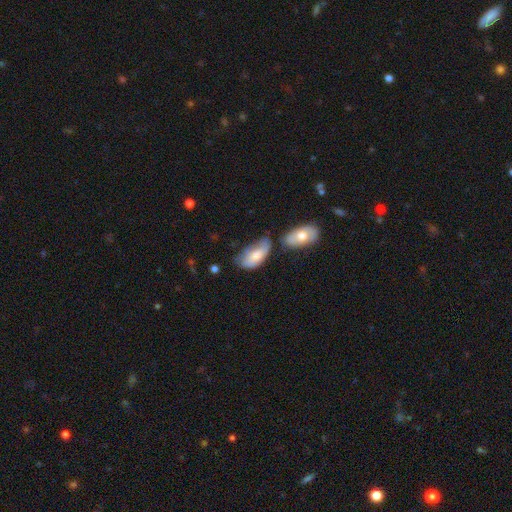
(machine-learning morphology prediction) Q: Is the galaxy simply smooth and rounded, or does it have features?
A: smooth — 73%.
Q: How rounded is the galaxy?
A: in between — 92%.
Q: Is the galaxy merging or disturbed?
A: minor disturbance — 33%.